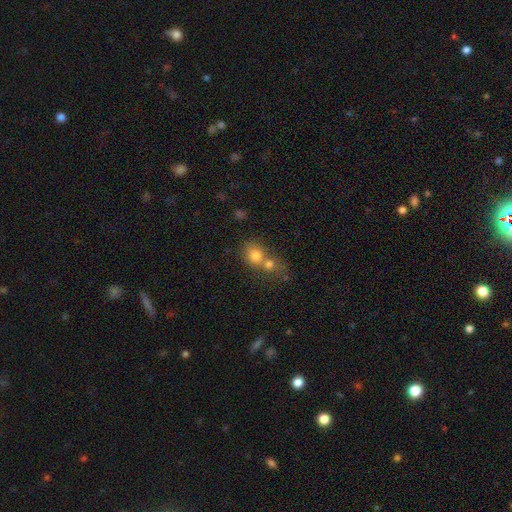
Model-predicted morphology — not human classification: Smooth or featured?
  - smooth: 75% *
  - featured or disk: 13%
  - star or artifact: 12%
How rounded?
  - round: 72% *
  - in between: 27%
  - cigar-shaped: 1%
Merging?
  - merger: 62% *
  - none: 28%
  - minor disturbance: 6%
  - major disturbance: 4%